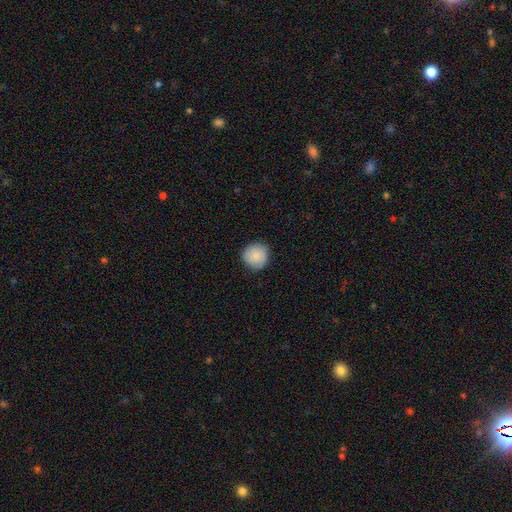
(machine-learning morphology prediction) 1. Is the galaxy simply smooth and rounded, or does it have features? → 87% smooth, 7% star or artifact, 5% featured or disk.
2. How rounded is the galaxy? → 93% round, 6% in between, 1% cigar-shaped.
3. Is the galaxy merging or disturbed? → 86% none, 11% minor disturbance, 2% major disturbance, 1% merger.